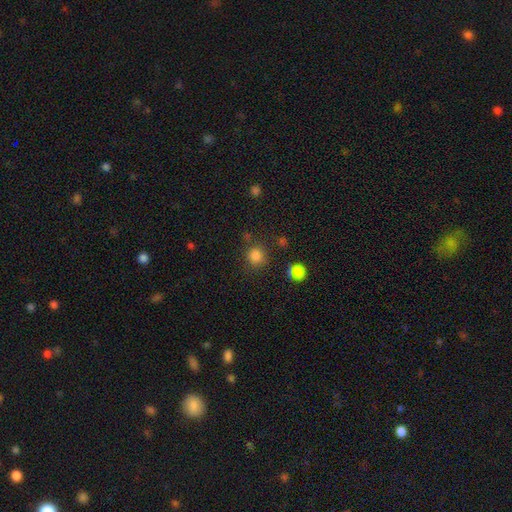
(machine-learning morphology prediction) Overall: smooth (82%). How rounded: round (90%). Merging: none (80%).